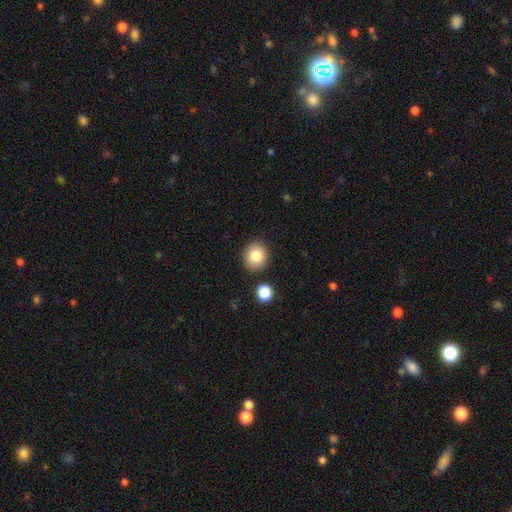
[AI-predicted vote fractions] Overall: smooth (83%). How rounded: round (77%). Merging: none (88%).